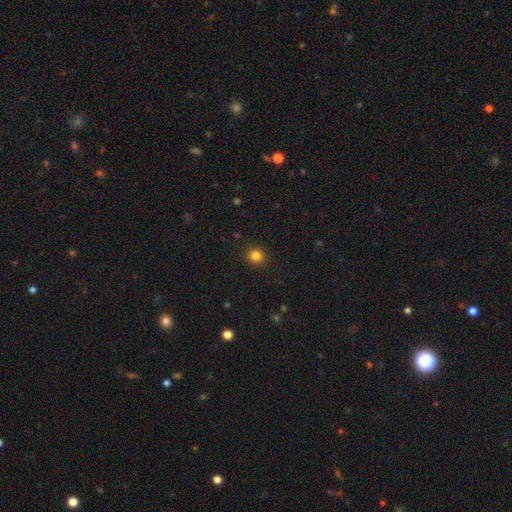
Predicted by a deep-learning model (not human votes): A smooth galaxy with no disk features (83%) that is round (86%). Merging: none (91%).